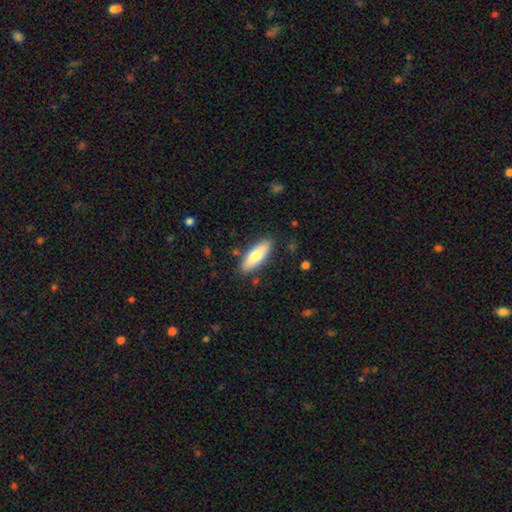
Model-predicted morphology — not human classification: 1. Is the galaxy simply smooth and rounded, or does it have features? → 74% smooth, 20% featured or disk, 6% star or artifact.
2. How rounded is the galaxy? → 65% in between, 33% cigar-shaped, 2% round.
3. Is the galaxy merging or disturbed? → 85% none, 11% minor disturbance, 2% major disturbance, 2% merger.